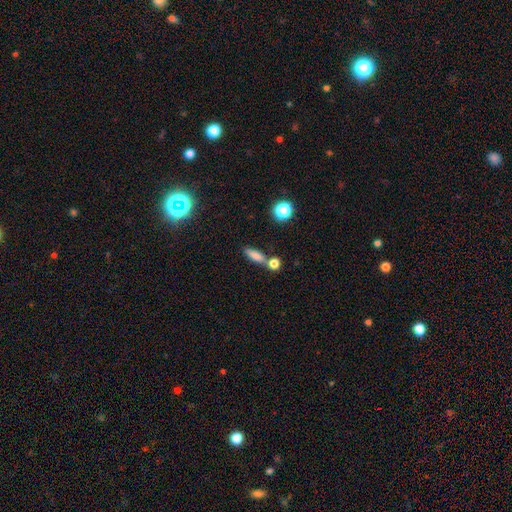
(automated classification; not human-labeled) This is likely a smooth galaxy (78%). How rounded: possibly in between (52%). Merging: likely none (61%).